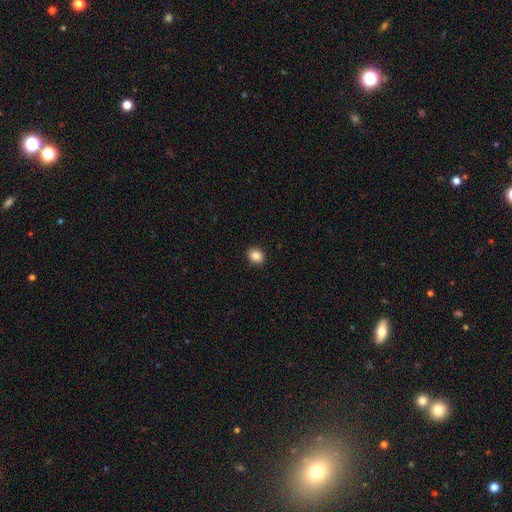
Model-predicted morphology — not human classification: Smooth or featured? smooth (87%)
How rounded? round (55%)
Merging? none (91%)